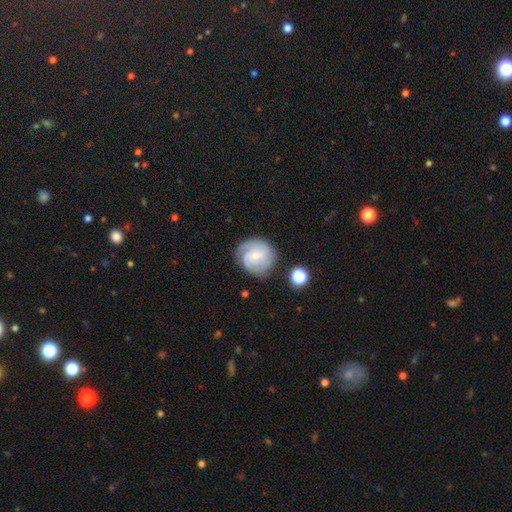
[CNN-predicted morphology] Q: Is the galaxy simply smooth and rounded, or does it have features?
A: featured or disk — 66%.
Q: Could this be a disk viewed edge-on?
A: no — 98%.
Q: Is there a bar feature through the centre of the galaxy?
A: no — 56%.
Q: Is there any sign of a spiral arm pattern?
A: yes — 92%.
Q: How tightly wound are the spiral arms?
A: tight — 49%.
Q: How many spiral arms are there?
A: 2 — 35%.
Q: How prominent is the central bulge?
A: small — 73%.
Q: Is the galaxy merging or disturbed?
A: none — 66%.